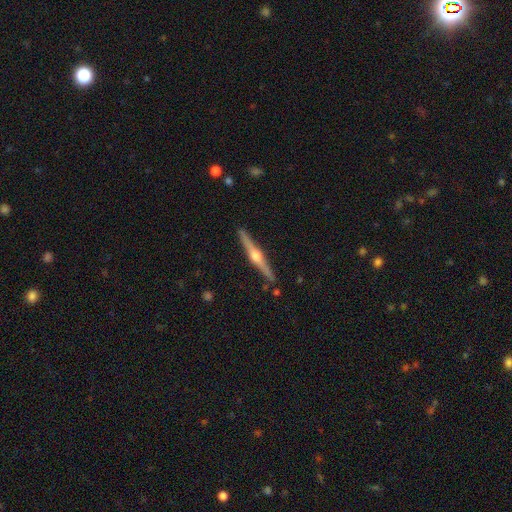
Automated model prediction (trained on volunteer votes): This appears to be a featured or disk galaxy (82%) viewed edge-on (98%) with a rounded central bulge (94%). Merging: none (91%).